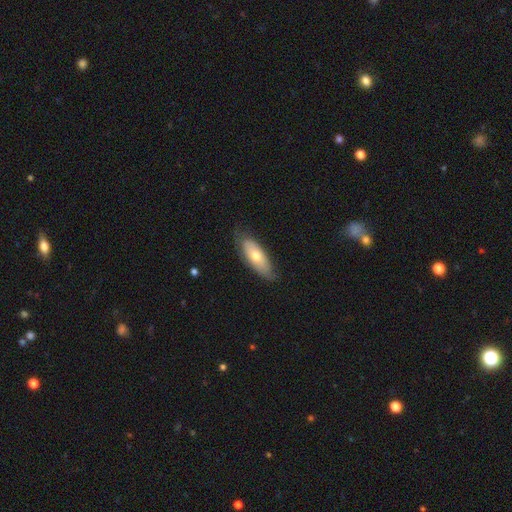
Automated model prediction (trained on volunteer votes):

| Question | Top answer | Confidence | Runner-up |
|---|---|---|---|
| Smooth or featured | smooth | 60% | featured or disk (35%) |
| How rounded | in between | 74% | cigar-shaped (23%) |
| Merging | none | 71% | minor disturbance (23%) |